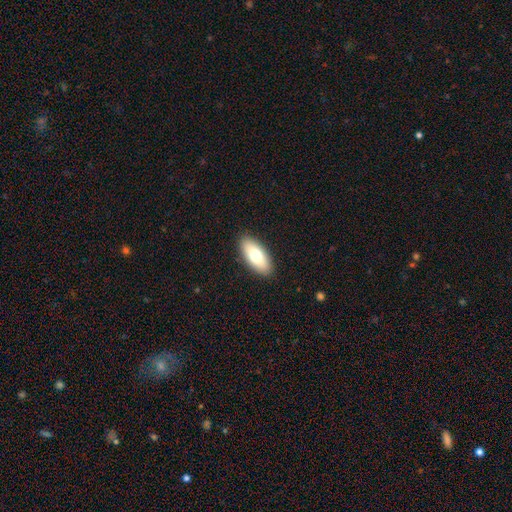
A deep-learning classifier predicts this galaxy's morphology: Smooth or featured?
  - smooth: 74% *
  - featured or disk: 20%
  - star or artifact: 6%
How rounded?
  - in between: 88% *
  - cigar-shaped: 10%
  - round: 2%
Merging?
  - none: 90% *
  - minor disturbance: 8%
  - major disturbance: 2%
  - merger: 1%